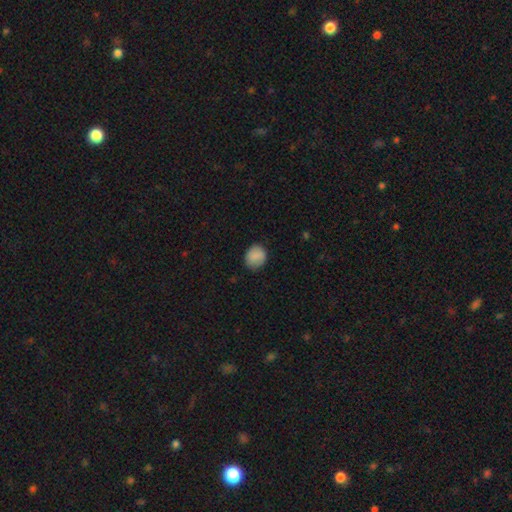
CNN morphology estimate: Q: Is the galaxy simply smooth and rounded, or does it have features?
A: smooth — 86%.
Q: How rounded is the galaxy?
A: round — 77%.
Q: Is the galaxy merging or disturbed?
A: none — 82%.